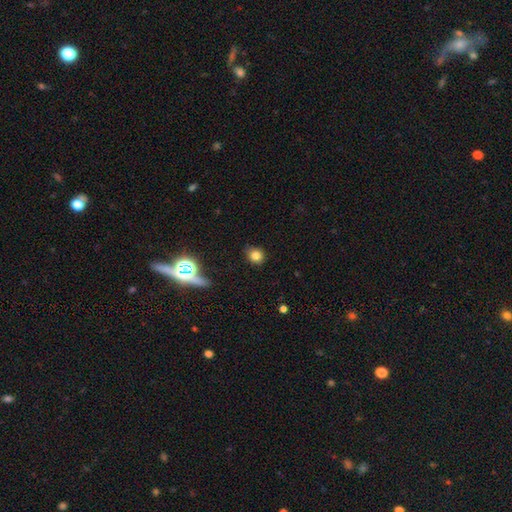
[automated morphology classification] type=smooth (79%); roundness=round (71%); merging=none (82%).